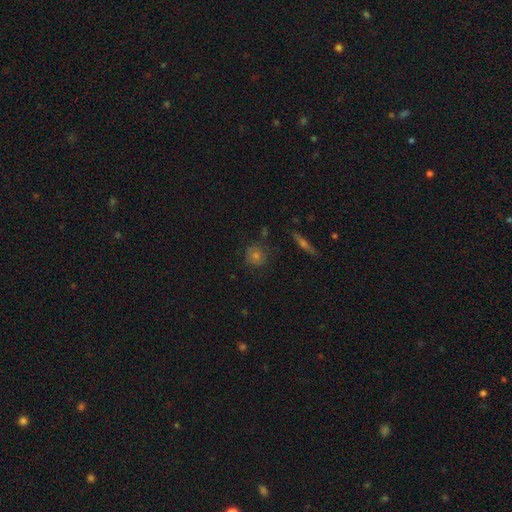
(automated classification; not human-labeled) smooth-or-featured: smooth: 53% | featured or disk: 26% | star or artifact: 20%
  how-rounded: round: 91% | in between: 7% | cigar-shaped: 2%
  merging: none: 83% | minor disturbance: 12% | major disturbance: 3% | merger: 3%